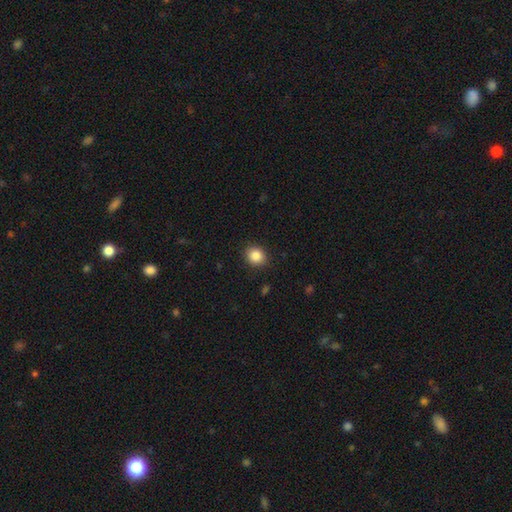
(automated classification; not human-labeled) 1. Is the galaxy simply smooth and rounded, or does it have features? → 86% smooth, 9% star or artifact, 5% featured or disk.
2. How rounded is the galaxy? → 71% round, 28% in between, 1% cigar-shaped.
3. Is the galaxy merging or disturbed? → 90% none, 7% minor disturbance, 2% major disturbance, 1% merger.